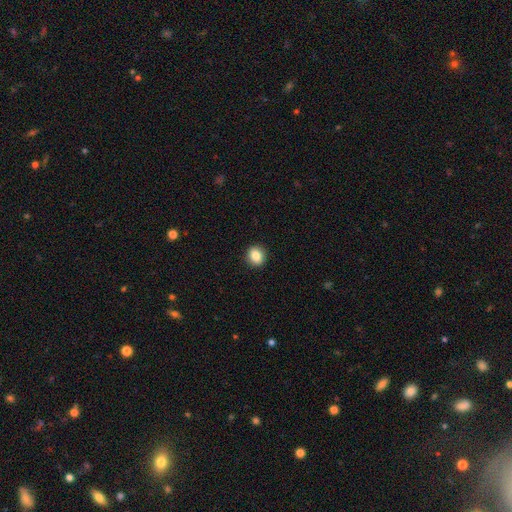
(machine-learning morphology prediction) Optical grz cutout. It shows a smooth galaxy with no disk features (84%) that is round (73%). Merging: none (91%).